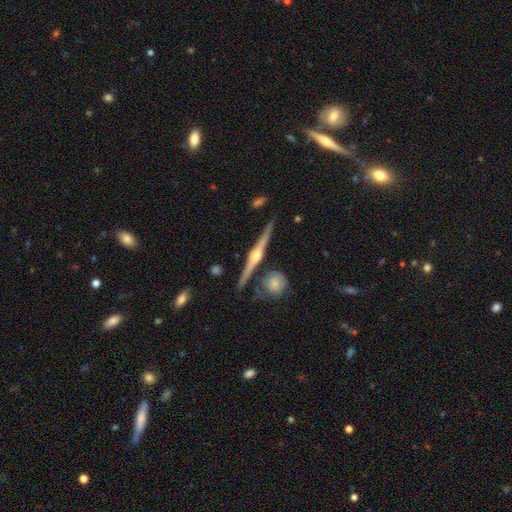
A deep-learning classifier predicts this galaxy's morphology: This is clearly a featured or disk galaxy (84%). It is clearly viewed edge-on (98%). Edge-on bulge: clearly rounded (93%). Merging: clearly none (86%).